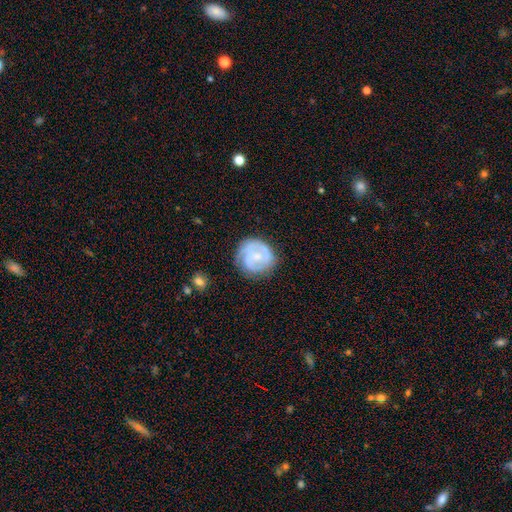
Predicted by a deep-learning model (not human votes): Overall: featured or disk (67%; smooth 27%). Edge-on disk: no (98%). Bar: no (60%; weak 34%). Spiral arms: yes (86%). Spiral arm count: 2 (41%; can't tell 27%). Spiral winding: tight (56%; medium 33%). Bulge size: small (56%; moderate 29%). Merging: none (72%).